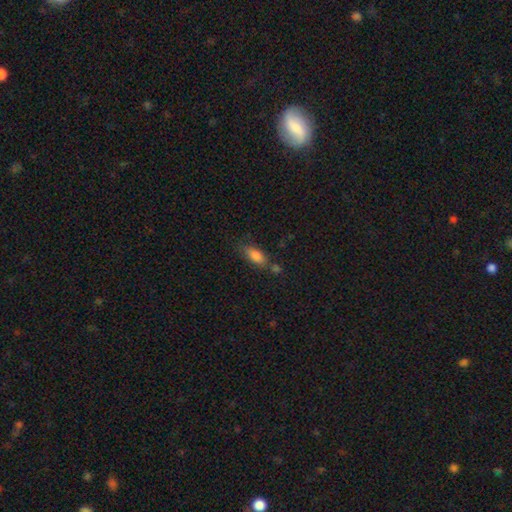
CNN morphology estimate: The model was most divided on "merging": none: 59%, minor disturbance: 19%, merger: 16%, major disturbance: 6%. More confident: how rounded — in between (82%); smooth or featured — smooth (82%).